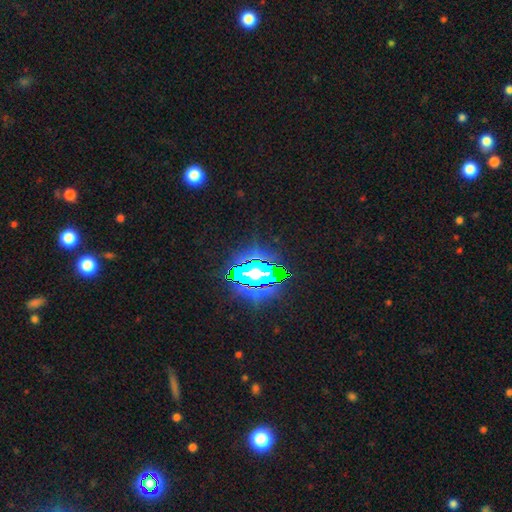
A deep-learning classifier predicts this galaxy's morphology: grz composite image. It shows a star or artifact, not a galaxy (80%).